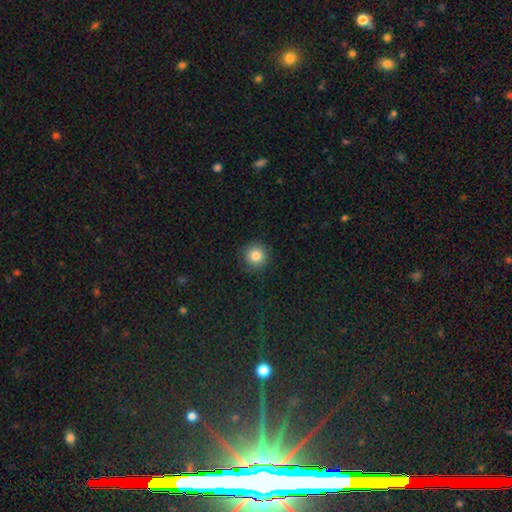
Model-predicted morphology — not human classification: Smooth or featured? smooth (84%)
How rounded? round (95%)
Merging? none (89%)